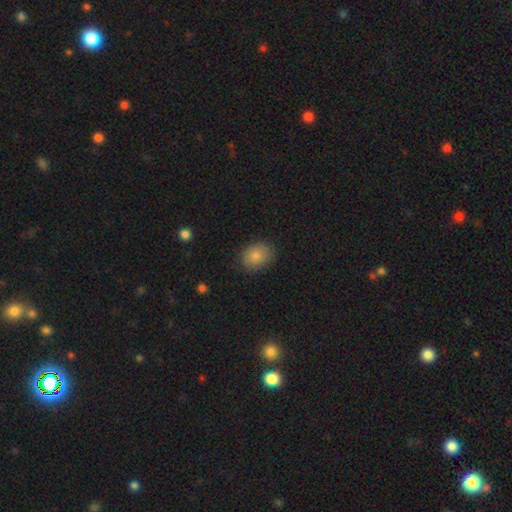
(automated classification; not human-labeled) smooth 82%, star or artifact 10%, featured or disk 8%. Down the decision tree: how rounded — in between (62%); merging — none (82%).